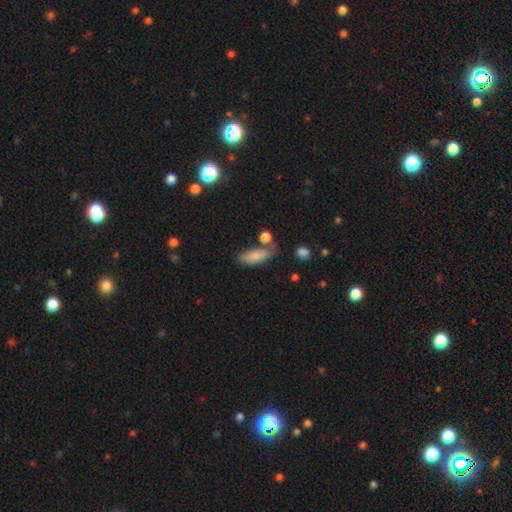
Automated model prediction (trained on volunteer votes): Smooth or featured? smooth (83%)
How rounded? in between (72%)
Merging? none (60%)